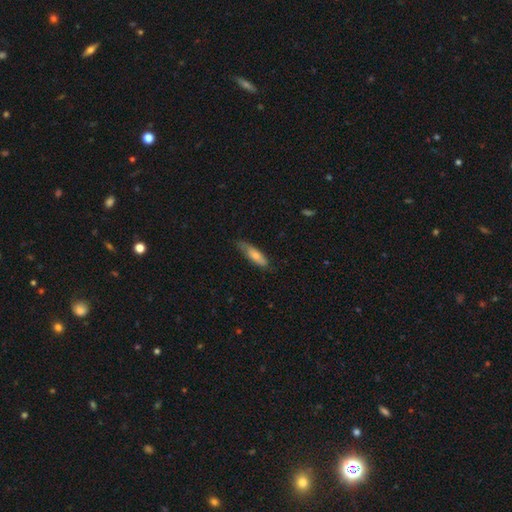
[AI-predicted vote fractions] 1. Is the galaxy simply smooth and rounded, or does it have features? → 69% smooth, 25% featured or disk, 6% star or artifact.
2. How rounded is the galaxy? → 52% cigar-shaped, 46% in between, 2% round.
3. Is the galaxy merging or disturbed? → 62% none, 31% minor disturbance, 6% major disturbance, 2% merger.